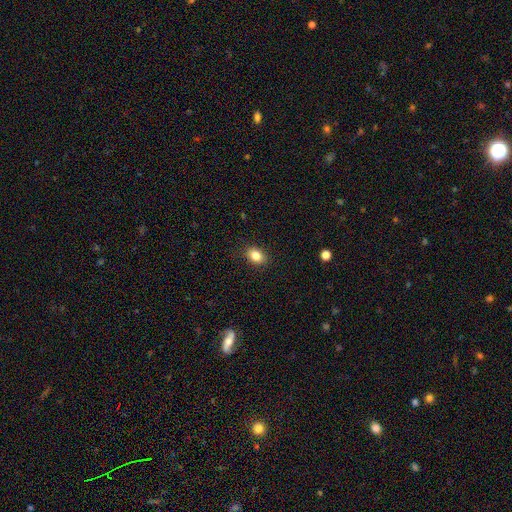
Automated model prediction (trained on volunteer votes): A smooth galaxy with no disk features (83%) that is in between round and cigar-shaped (66%). Merging: none (88%).